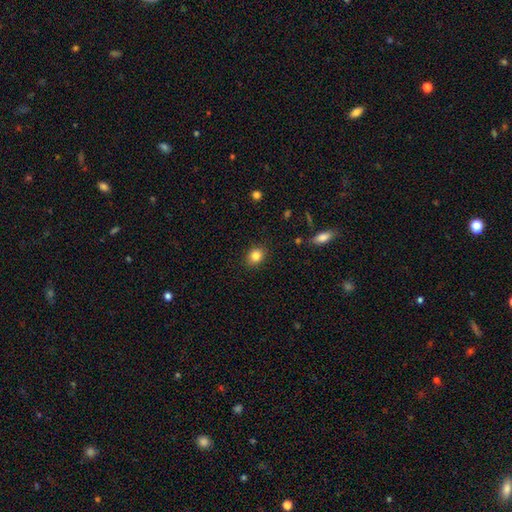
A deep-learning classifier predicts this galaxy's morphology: This appears to be a smooth galaxy with no disk features (83%) that is round (59%). Merging: none (88%).